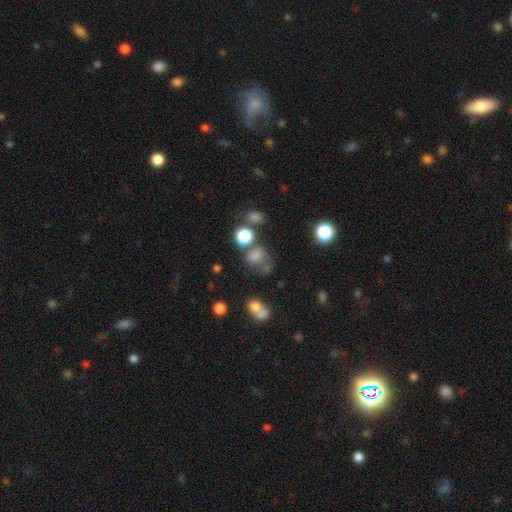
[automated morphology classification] smooth 69%, star or artifact 19%, featured or disk 12%. Down the decision tree: how rounded — round (66%); merging — none (46%).